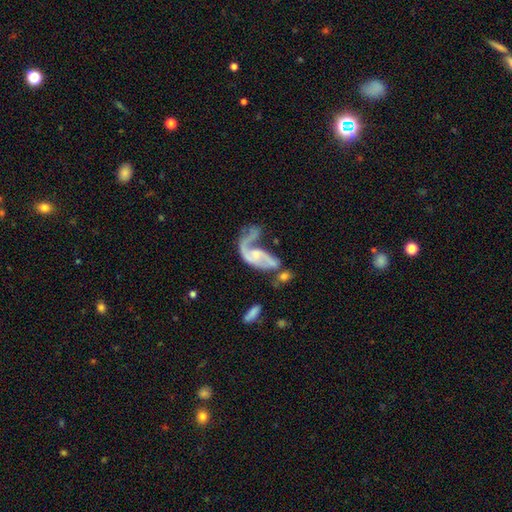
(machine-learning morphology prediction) Smooth or featured? featured or disk (79%)
Edge-on disk? no (96%)
Bar? no (58%)
Spiral arms? yes (81%)
Spiral winding? loose (67%)
Spiral arm count? 2 (55%)
Bulge size? small (42%)
Merging? major disturbance (38%)